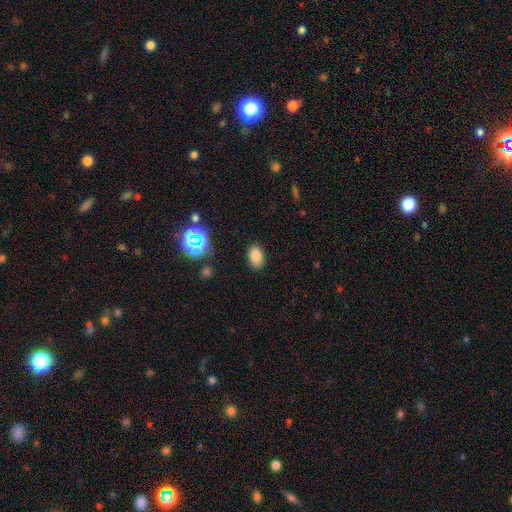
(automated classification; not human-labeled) This is likely a smooth galaxy (79%). How rounded: clearly in between (89%). Merging: clearly none (86%).